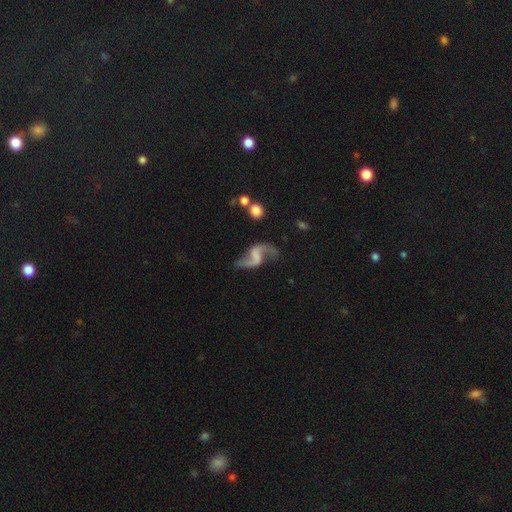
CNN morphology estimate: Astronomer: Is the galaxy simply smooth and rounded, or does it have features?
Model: featured or disk — 88%.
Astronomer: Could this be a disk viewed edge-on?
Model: no — 97%.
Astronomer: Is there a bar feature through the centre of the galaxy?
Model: weak — 43% (runner-up: no, 31%).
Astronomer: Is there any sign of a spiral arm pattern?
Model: yes — 95%.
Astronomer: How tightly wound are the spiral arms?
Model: loose — 86%.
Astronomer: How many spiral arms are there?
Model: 2 — 93%.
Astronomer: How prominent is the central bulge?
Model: none — 68%.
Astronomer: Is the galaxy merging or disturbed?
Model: none — 68%.